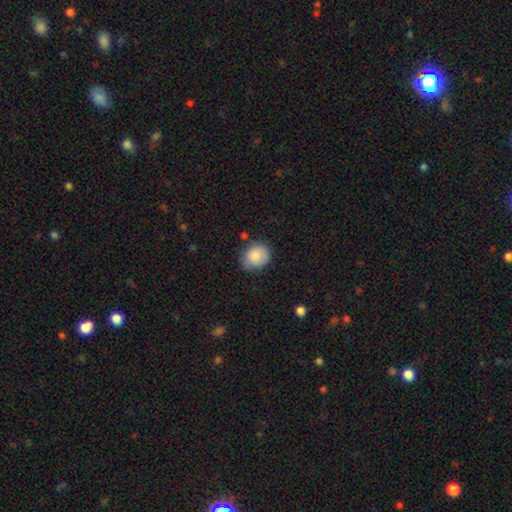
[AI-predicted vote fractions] smooth-or-featured: smooth: 86% | star or artifact: 7% | featured or disk: 7%
  how-rounded: round: 67% | in between: 32% | cigar-shaped: 1%
  merging: none: 75% | minor disturbance: 18% | major disturbance: 4% | merger: 3%